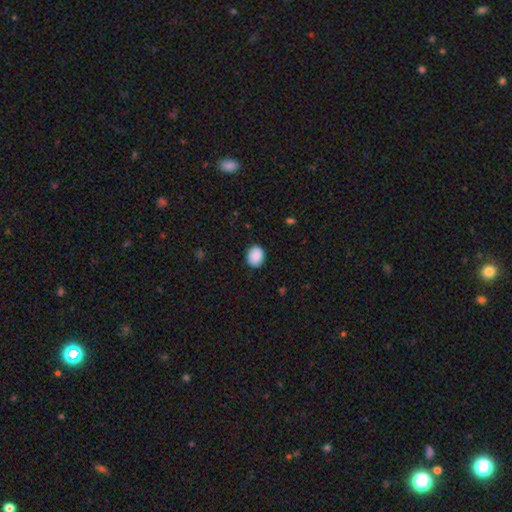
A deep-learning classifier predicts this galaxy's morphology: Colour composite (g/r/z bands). It shows a smooth galaxy with no disk features (90%) that is in between round and cigar-shaped (52%). Merging: none (86%).